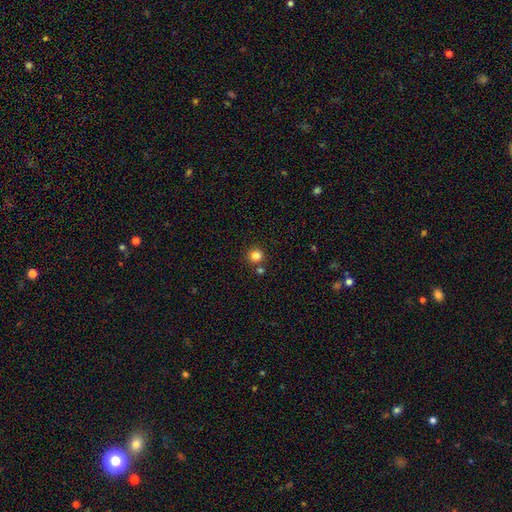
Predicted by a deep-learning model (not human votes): Smooth or featured?
  - smooth: 83% *
  - star or artifact: 12%
  - featured or disk: 4%
How rounded?
  - round: 91% *
  - in between: 8%
  - cigar-shaped: 1%
Merging?
  - none: 77% *
  - merger: 13%
  - minor disturbance: 8%
  - major disturbance: 3%